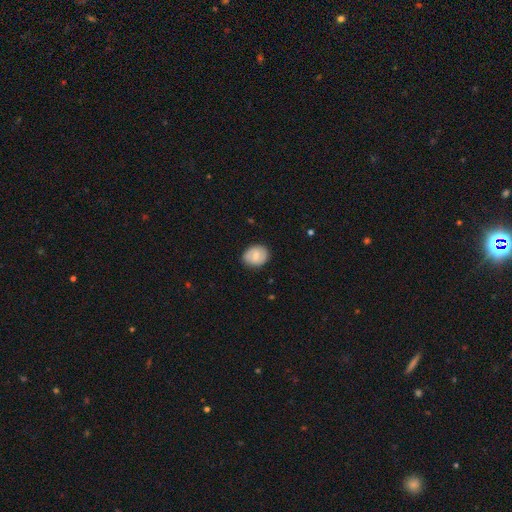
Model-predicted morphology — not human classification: smooth_or_featured: smooth (p=0.63) [alt: featured or disk p=0.30]
how_rounded: round (p=0.58) [alt: in between p=0.41]
merging: none (p=0.83) [alt: minor disturbance p=0.13]